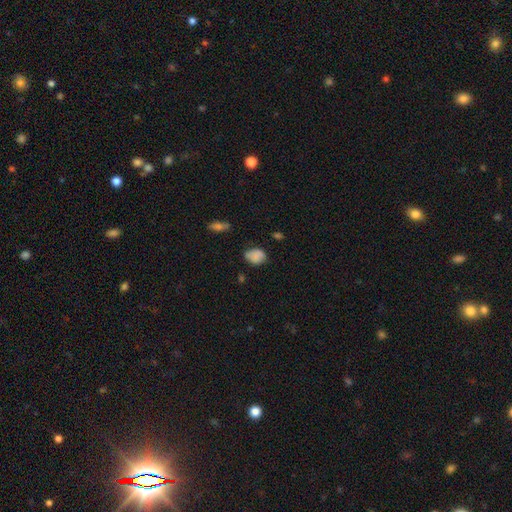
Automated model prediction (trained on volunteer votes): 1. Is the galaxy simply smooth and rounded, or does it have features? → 79% smooth, 11% featured or disk, 10% star or artifact.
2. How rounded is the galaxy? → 62% in between, 37% round, 1% cigar-shaped.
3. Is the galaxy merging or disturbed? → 61% none, 30% minor disturbance, 6% major disturbance, 3% merger.